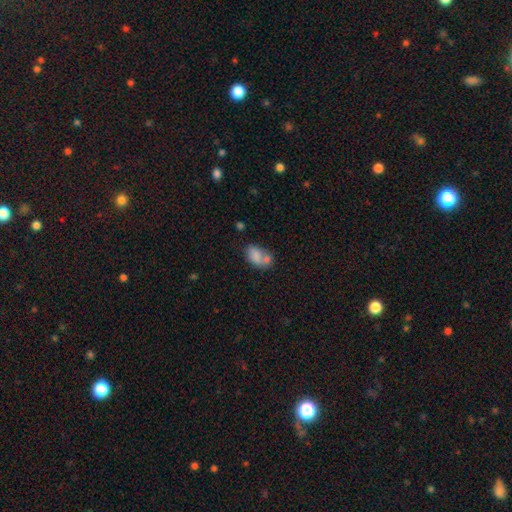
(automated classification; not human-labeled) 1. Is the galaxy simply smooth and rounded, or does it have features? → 74% smooth, 17% featured or disk, 9% star or artifact.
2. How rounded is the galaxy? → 83% in between, 15% round, 2% cigar-shaped.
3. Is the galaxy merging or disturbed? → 48% merger, 29% none, 14% minor disturbance, 9% major disturbance.